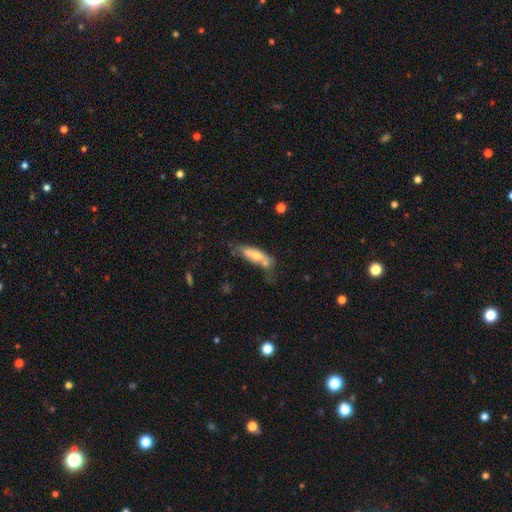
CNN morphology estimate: This appears to be a smooth galaxy with no disk features (62%) that is cigar-shaped (52%). Merging: none (40%).